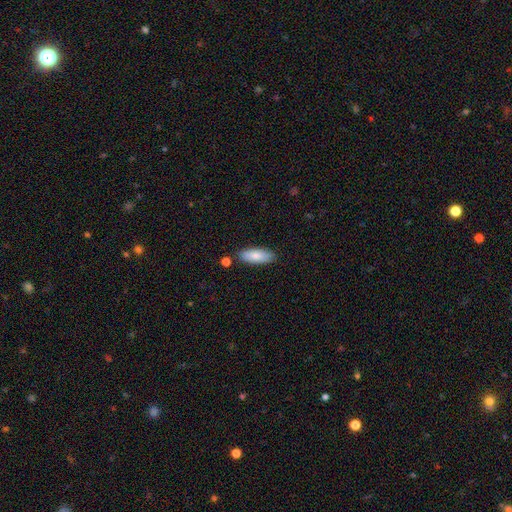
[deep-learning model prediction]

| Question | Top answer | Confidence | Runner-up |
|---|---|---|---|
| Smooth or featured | smooth | 82% | featured or disk (12%) |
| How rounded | in between | 71% | cigar-shaped (27%) |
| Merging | none | 84% | minor disturbance (10%) |